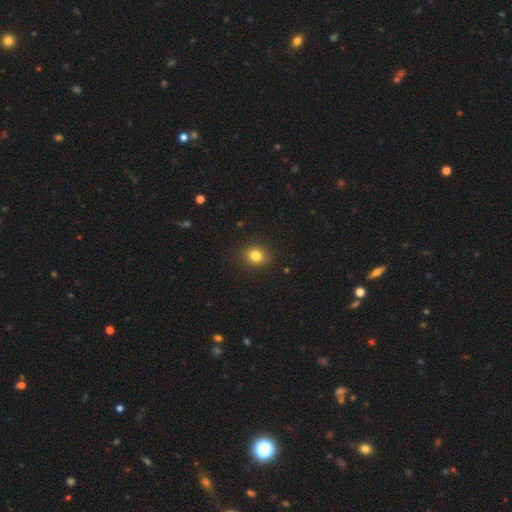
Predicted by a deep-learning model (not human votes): Smooth or featured? Predicted: smooth (p=0.81). How rounded? Predicted: round (p=0.70). Merging? Predicted: none (p=0.89).